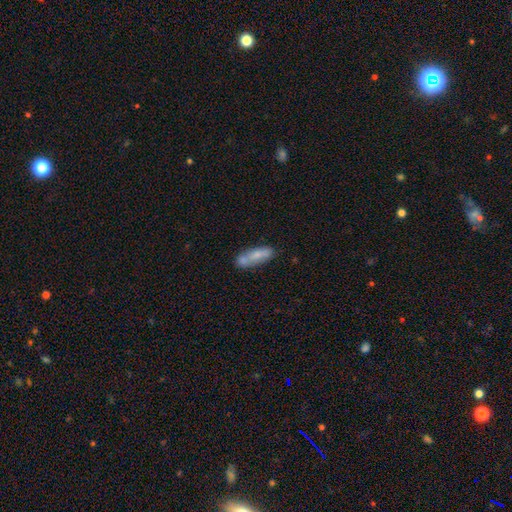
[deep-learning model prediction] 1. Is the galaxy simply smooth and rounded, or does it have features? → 64% smooth, 29% featured or disk, 7% star or artifact.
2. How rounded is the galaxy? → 52% cigar-shaped, 45% in between, 2% round.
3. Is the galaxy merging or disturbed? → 55% none, 21% merger, 18% minor disturbance, 5% major disturbance.